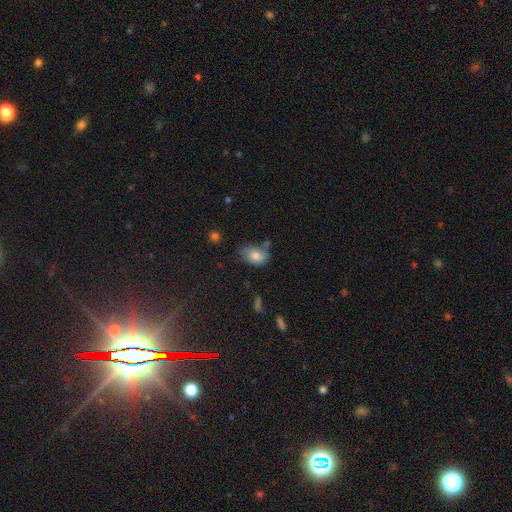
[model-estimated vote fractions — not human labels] This is likely a smooth galaxy (76%). How rounded: clearly in between (83%). Merging: possibly none (50%).